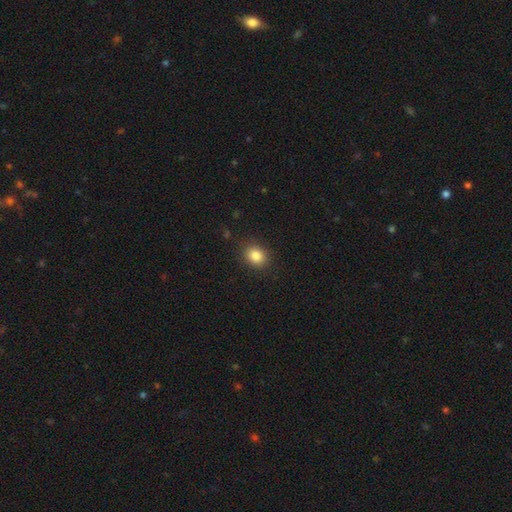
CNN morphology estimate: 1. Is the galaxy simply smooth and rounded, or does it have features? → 85% smooth, 10% star or artifact, 5% featured or disk.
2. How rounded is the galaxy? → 58% round, 41% in between, 1% cigar-shaped.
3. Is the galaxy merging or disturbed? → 87% none, 9% minor disturbance, 3% major disturbance, 1% merger.